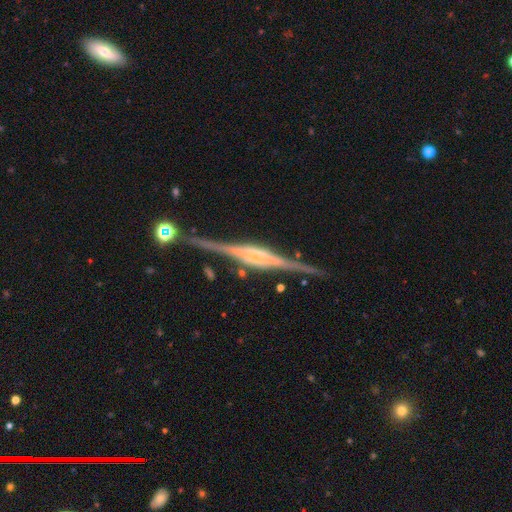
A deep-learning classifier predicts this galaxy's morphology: The model was most divided on "edge-on bulge": boxy: 48%, rounded: 47%, none: 5%. More confident: edge-on disk — yes (98%); smooth or featured — featured or disk (89%); merging — none (84%).